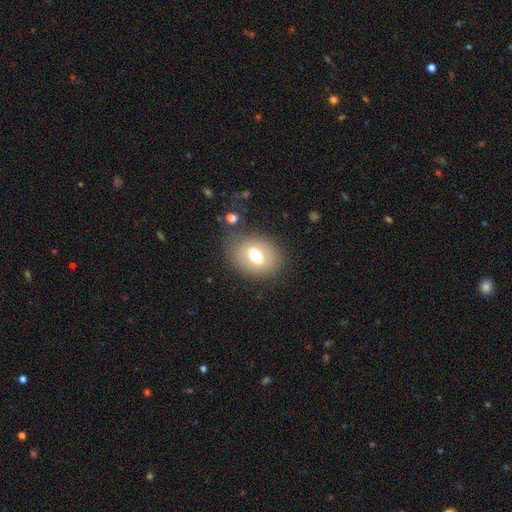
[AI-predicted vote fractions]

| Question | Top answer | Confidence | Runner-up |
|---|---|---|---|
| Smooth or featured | smooth | 64% | featured or disk (26%) |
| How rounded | in between | 68% | round (31%) |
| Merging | none | 75% | minor disturbance (14%) |